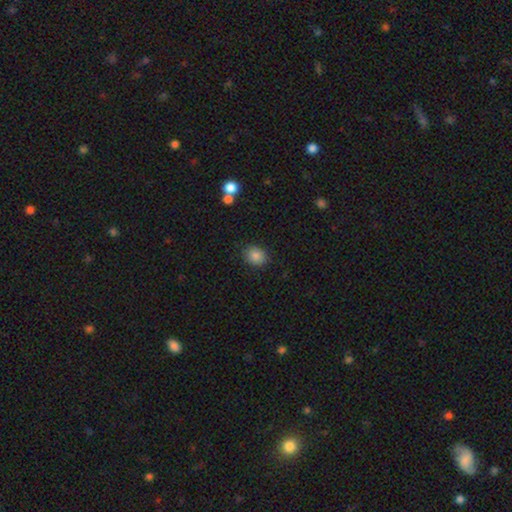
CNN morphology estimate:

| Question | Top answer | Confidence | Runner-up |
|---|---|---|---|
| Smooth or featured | smooth | 86% | star or artifact (9%) |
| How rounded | round | 54% | in between (45%) |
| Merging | none | 87% | minor disturbance (9%) |